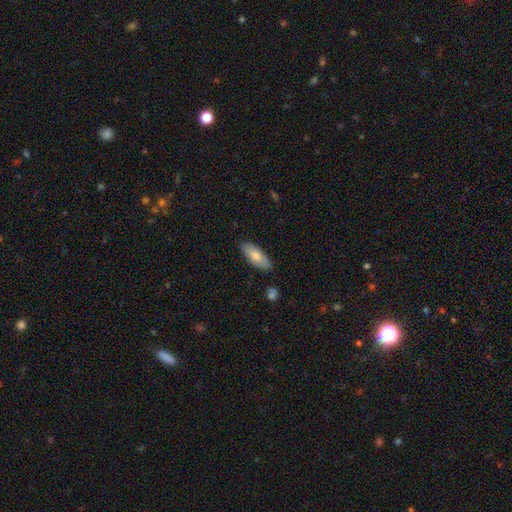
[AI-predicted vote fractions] smooth-or-featured: smooth: 72% | featured or disk: 22% | star or artifact: 6%
  how-rounded: in between: 76% | cigar-shaped: 22% | round: 2%
  merging: none: 86% | minor disturbance: 11% | major disturbance: 2% | merger: 1%